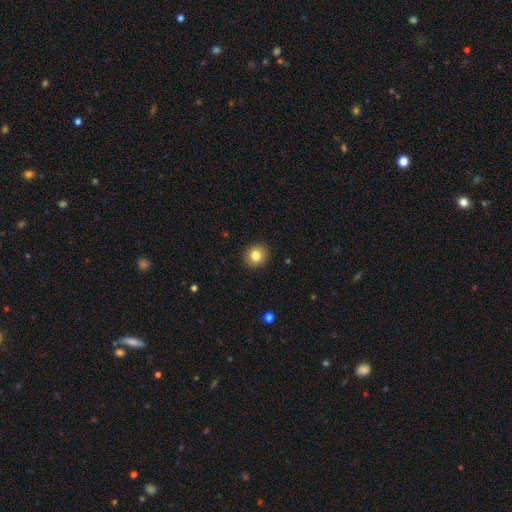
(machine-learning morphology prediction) Smooth or featured? smooth (83%)
How rounded? round (87%)
Merging? none (91%)